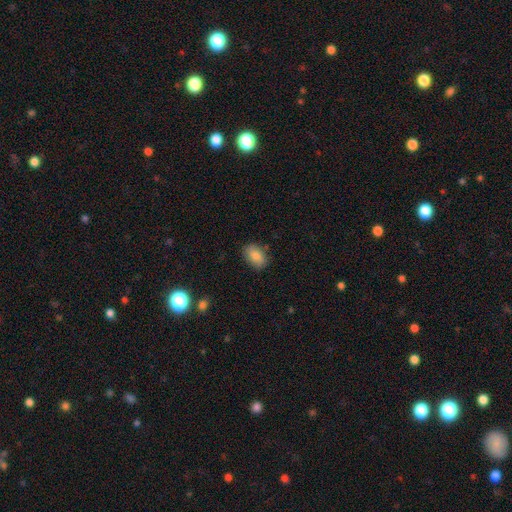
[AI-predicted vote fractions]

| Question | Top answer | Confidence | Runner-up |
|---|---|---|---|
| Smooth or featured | smooth | 84% | featured or disk (9%) |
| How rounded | in between | 85% | round (13%) |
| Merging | none | 83% | minor disturbance (13%) |